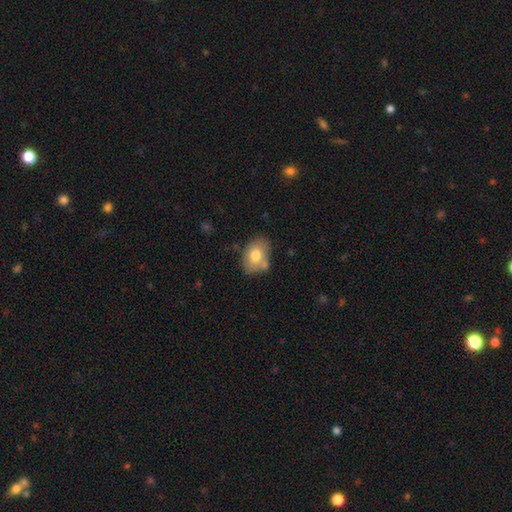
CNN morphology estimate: smooth_or_featured: smooth (p=0.73) [alt: featured or disk p=0.19]
how_rounded: in between (p=0.78) [alt: round p=0.21]
merging: none (p=0.64) [alt: minor disturbance p=0.19]